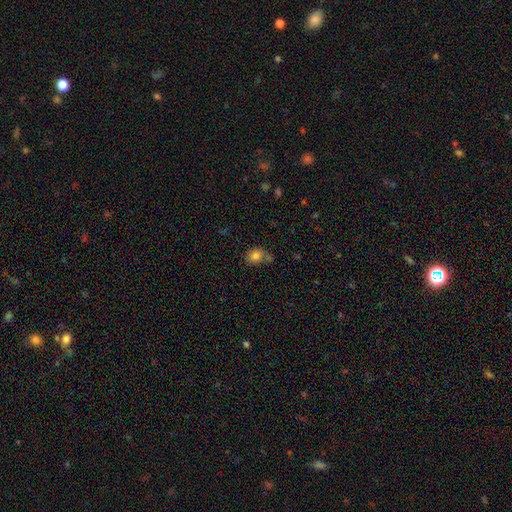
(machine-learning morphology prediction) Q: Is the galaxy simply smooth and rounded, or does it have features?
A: smooth — 82%.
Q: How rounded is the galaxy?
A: round — 63%.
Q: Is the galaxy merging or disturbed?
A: none — 57%.